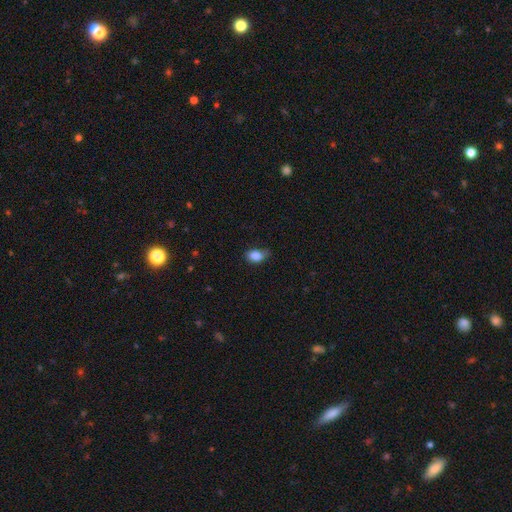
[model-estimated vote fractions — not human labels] A smooth galaxy with no disk features (85%) that is in between round and cigar-shaped (83%).

Vote fractions:
- Smooth or featured? smooth: 85% / star or artifact: 8% / featured or disk: 7%
- How rounded? in between: 83% / round: 15% / cigar-shaped: 2%
- Merging? none: 54% / minor disturbance: 36% / major disturbance: 8% / merger: 2%